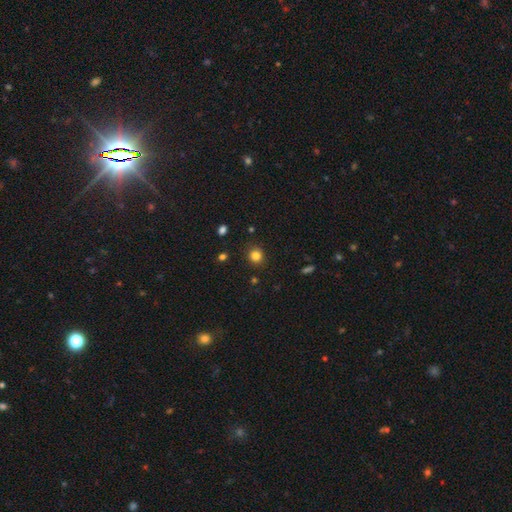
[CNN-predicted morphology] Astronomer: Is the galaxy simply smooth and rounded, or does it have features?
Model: smooth — 83%.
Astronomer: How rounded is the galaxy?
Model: round — 88%.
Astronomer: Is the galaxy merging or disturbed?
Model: none — 88%.